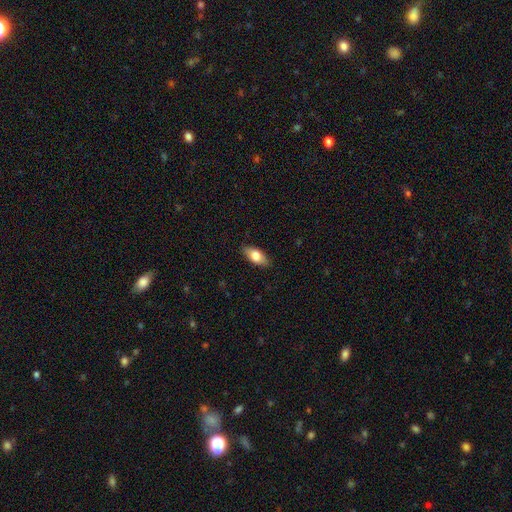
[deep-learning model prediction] This is likely a smooth galaxy (74%). How rounded: clearly in between (86%). Merging: clearly none (87%).